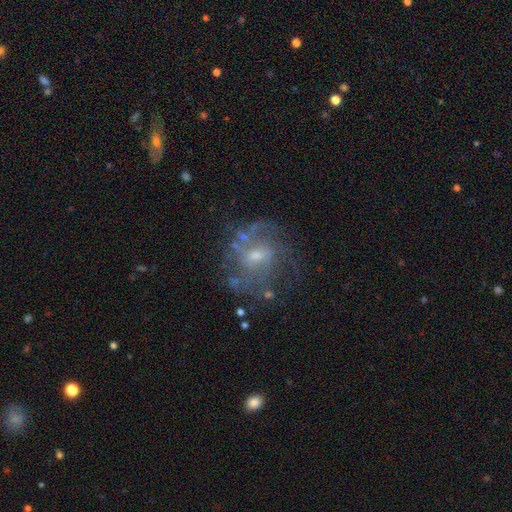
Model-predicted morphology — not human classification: smooth_or_featured: featured or disk (p=0.75) [alt: smooth p=0.14]
disk_edge_on: no (p=0.97) [alt: yes p=0.03]
bar: no (p=0.46) [tied with: weak p=0.46]
has_spiral_arms: yes (p=0.76) [alt: no p=0.24]
spiral_winding: medium (p=0.45) [alt: tight p=0.29]
spiral_arm_count: can't tell (p=0.41) [alt: 2 p=0.24]
bulge_size: small (p=0.57) [alt: moderate p=0.36]
merging: none (p=0.57) [alt: major disturbance p=0.20]